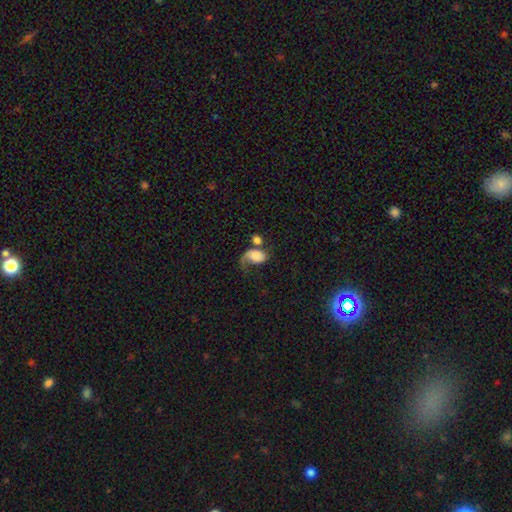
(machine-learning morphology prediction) Smooth or featured: smooth — 58% (featured or disk — 32%)
How rounded: in between — 77% (round — 22%)
Merging: major disturbance — 35% (merger — 26%)